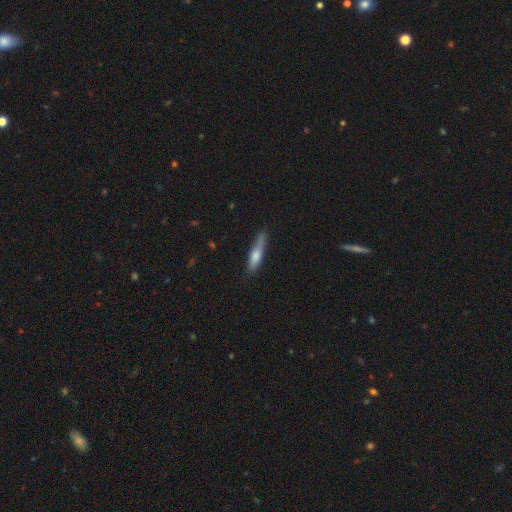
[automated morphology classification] The model was most divided on "smooth or featured": smooth: 55%, featured or disk: 38%, star or artifact: 7%. More confident: how rounded — cigar-shaped (84%); merging — none (74%).